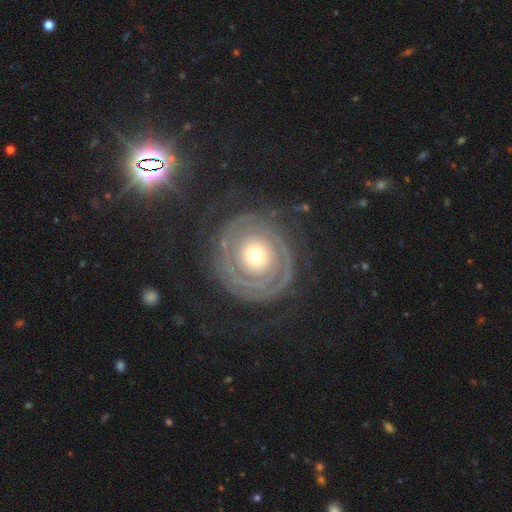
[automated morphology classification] type=featured or disk (85%); edge-on=no (97%); bar=no (86%); spiral arms=yes (90%); winding=tight (83%); arm count=2 (41%); bulge=moderate (60%); merging=none (74%).